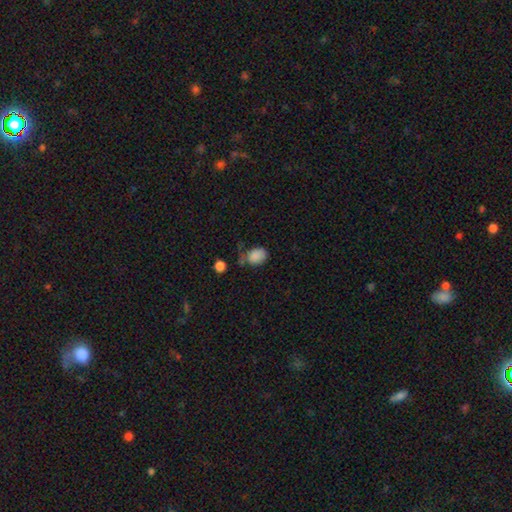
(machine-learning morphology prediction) Overall: smooth (84%). How rounded: in between (66%; round 33%). Merging: none (44%; minor disturbance 28%).